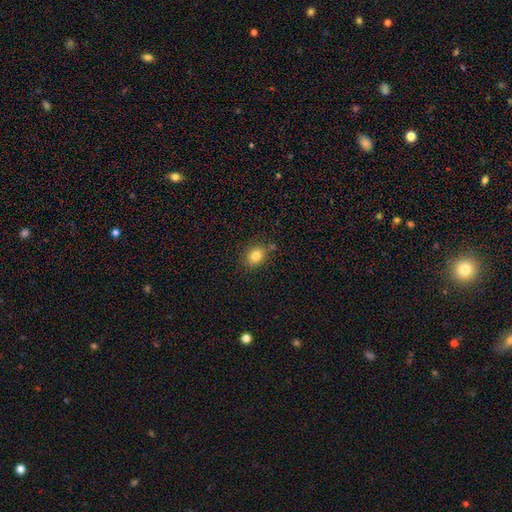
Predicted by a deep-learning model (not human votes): smooth_or_featured: smooth (p=0.82) [alt: star or artifact p=0.11]
how_rounded: round (p=0.51) [alt: in between p=0.48]
merging: none (p=0.77) [alt: minor disturbance p=0.13]